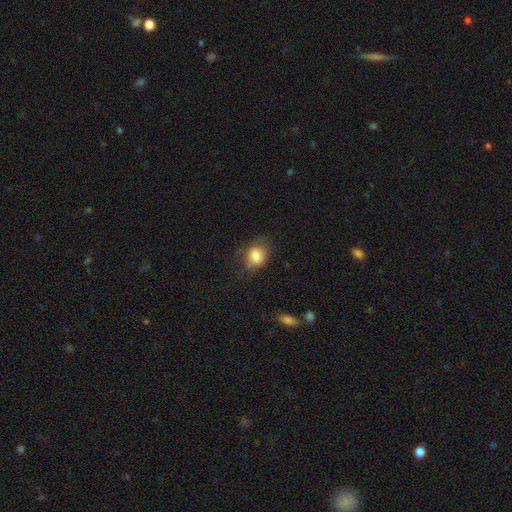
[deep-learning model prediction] Smooth or featured?
  - smooth: 81% *
  - featured or disk: 10%
  - star or artifact: 9%
How rounded?
  - round: 53% *
  - in between: 46%
  - cigar-shaped: 1%
Merging?
  - none: 61% *
  - minor disturbance: 26%
  - major disturbance: 11%
  - merger: 2%